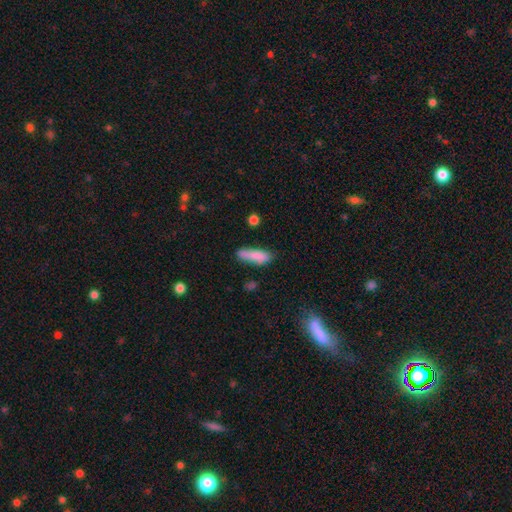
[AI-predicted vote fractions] smooth-or-featured: smooth: 83% | featured or disk: 11% | star or artifact: 7%
  how-rounded: cigar-shaped: 66% | in between: 32% | round: 2%
  merging: none: 67% | minor disturbance: 22% | merger: 5% | major disturbance: 5%